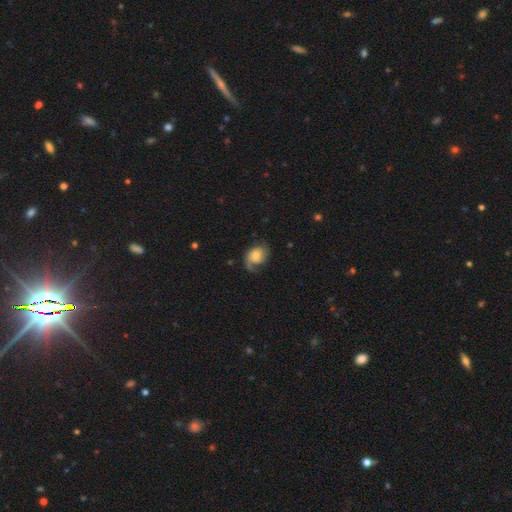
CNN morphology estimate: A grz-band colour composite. It shows a featured or disk galaxy (48%). Merging: none (46%).